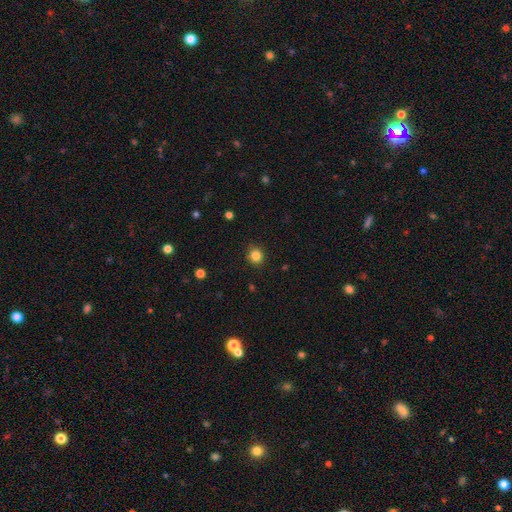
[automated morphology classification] The model was most divided on "smooth or featured": smooth: 84%, star or artifact: 12%, featured or disk: 5%. More confident: merging — none (90%); how rounded — round (86%).